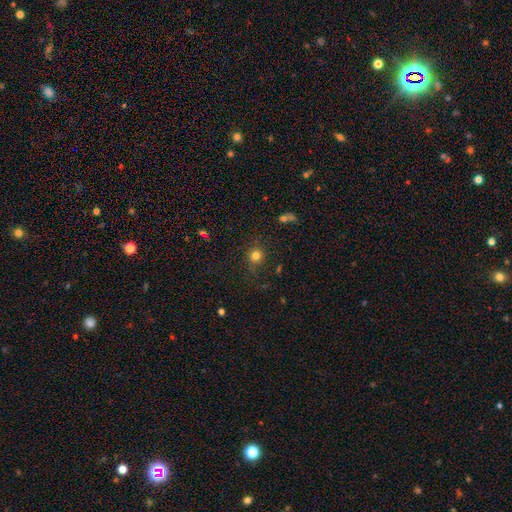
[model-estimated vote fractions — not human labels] Q: Smooth or featured?
A: smooth (77%); runner-up: star or artifact (16%)
Q: How rounded?
A: round (89%); runner-up: in between (10%)
Q: Merging?
A: none (79%); runner-up: minor disturbance (13%)